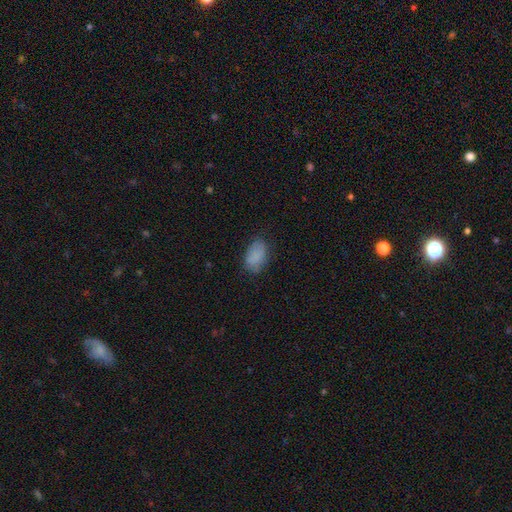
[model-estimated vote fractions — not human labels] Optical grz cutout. It shows a smooth galaxy with no disk features (83%) that is in between round and cigar-shaped (91%). Merging: none (67%).